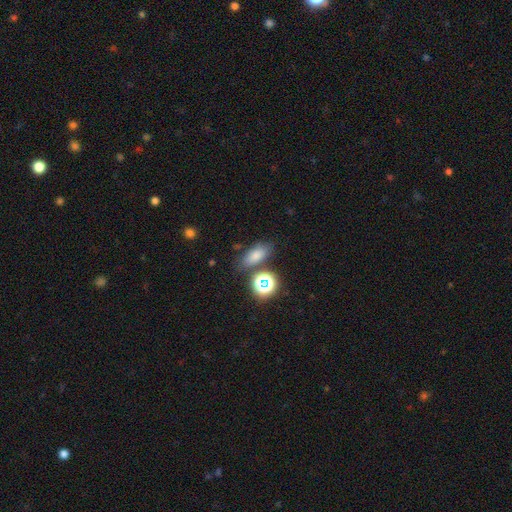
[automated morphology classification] type=smooth (73%); roundness=in between (77%); merging=none (72%).